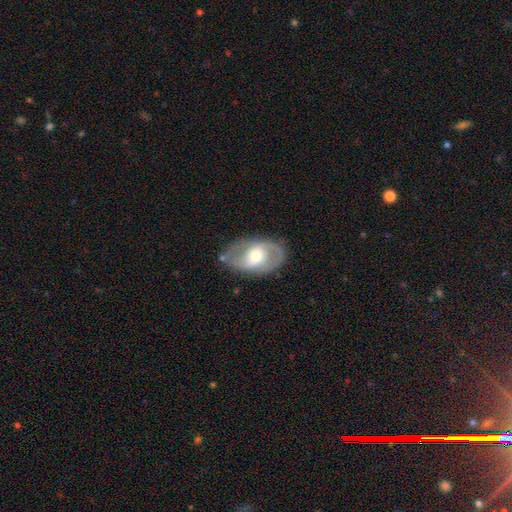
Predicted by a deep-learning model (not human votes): This is likely a featured or disk galaxy (72%). It is clearly not viewed edge-on (94%). Bar: marginally no (42%). Spiral arm pattern: likely yes (76%). Spiral arm count: clearly 2 (85%). Spiral winding: possibly medium (48%). Central bulge: likely moderate (62%). Merging: likely none (78%).